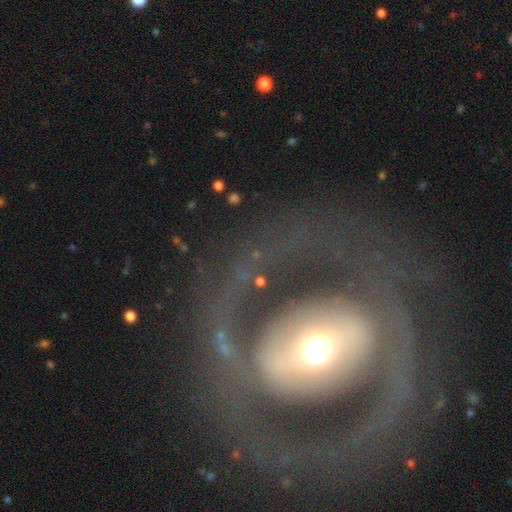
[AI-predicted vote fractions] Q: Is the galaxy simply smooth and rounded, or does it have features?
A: featured or disk — 69%.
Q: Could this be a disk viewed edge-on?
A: no — 93%.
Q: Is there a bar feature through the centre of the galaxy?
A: no — 39%.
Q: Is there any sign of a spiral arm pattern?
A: no — 56%.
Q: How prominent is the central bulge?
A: moderate — 58%.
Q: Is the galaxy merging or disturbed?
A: none — 69%.